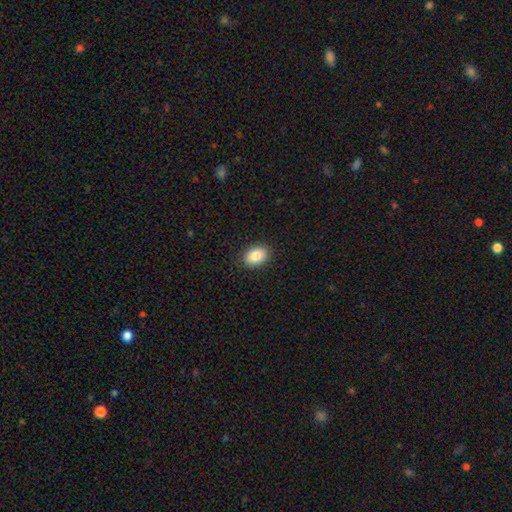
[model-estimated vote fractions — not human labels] This appears to be a smooth galaxy with no disk features (87%) that is in between round and cigar-shaped (80%). Merging: none (90%).